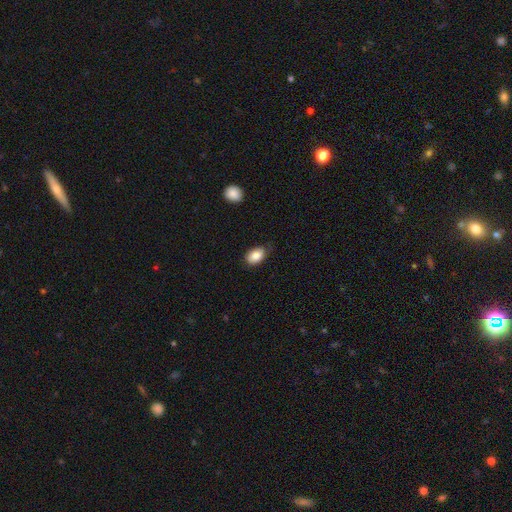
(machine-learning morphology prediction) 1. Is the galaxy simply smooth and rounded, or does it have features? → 86% smooth, 7% star or artifact, 7% featured or disk.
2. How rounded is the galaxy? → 88% in between, 11% round, 1% cigar-shaped.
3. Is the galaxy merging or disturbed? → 68% none, 26% minor disturbance, 5% major disturbance, 1% merger.